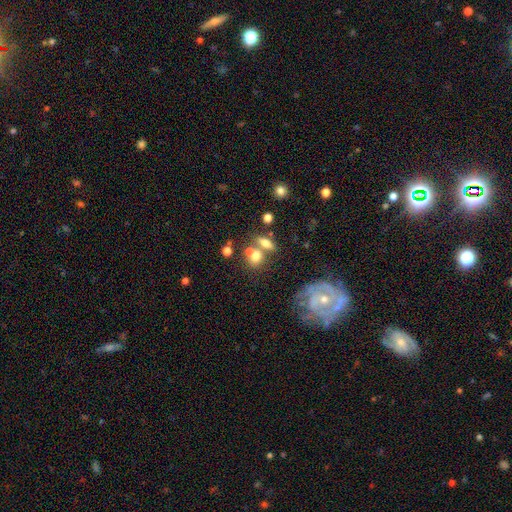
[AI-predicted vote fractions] smooth 63%, featured or disk 23%, star or artifact 14%. Down the decision tree: how rounded — in between (51%); merging — merger (46%).